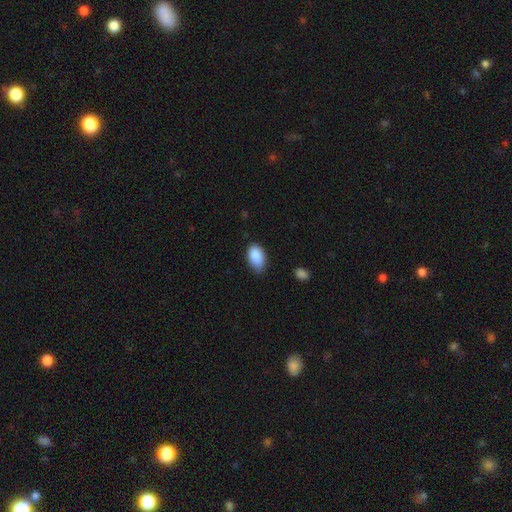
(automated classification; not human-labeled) A smooth galaxy with no disk features (88%) that is in between round and cigar-shaped (93%).

Vote fractions:
- Smooth or featured? smooth: 88% / star or artifact: 7% / featured or disk: 5%
- How rounded? in between: 93% / round: 5% / cigar-shaped: 2%
- Merging? none: 67% / minor disturbance: 27% / major disturbance: 4% / merger: 2%